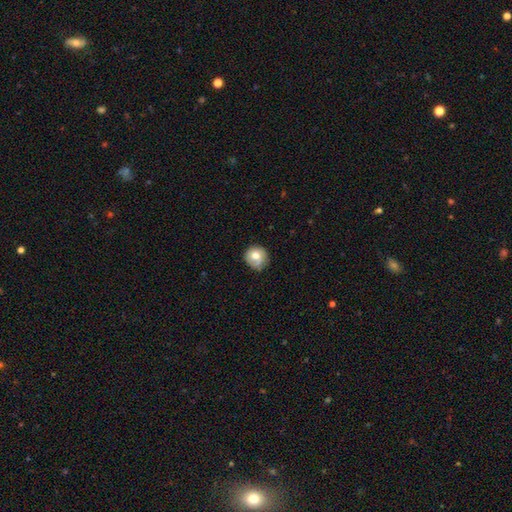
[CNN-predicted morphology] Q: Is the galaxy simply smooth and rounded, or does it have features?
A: smooth — 71%.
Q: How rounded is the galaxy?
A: round — 88%.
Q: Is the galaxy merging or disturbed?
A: none — 71%.